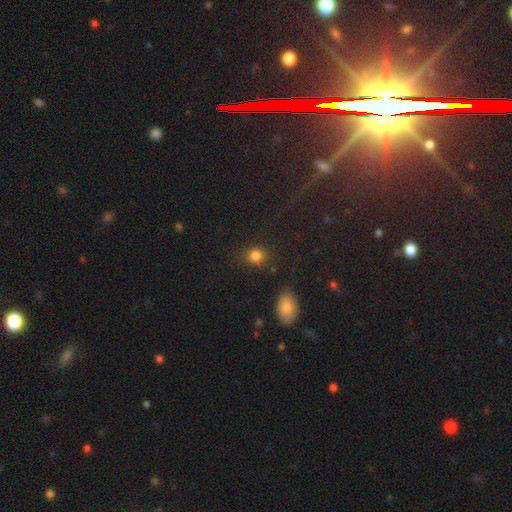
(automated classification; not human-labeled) Overall: smooth (81%). How rounded: round (66%; in between 32%). Merging: none (76%).